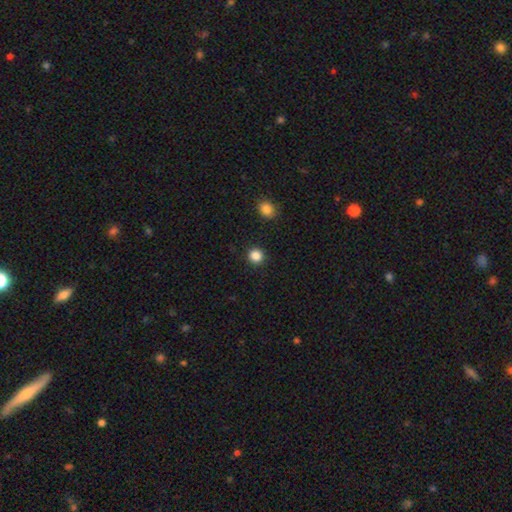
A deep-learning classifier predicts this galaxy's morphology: Q: Smooth or featured?
A: smooth (85%); runner-up: star or artifact (11%)
Q: How rounded?
A: round (93%); runner-up: in between (6%)
Q: Merging?
A: none (92%); runner-up: minor disturbance (4%)